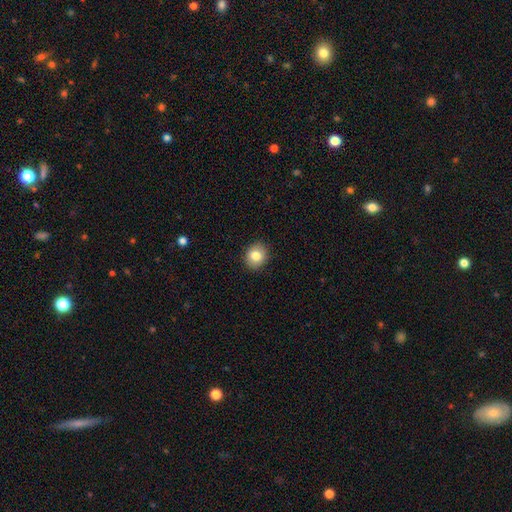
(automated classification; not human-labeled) smooth_or_featured: smooth (p=0.82) [alt: star or artifact p=0.09]
how_rounded: round (p=0.73) [alt: in between p=0.26]
merging: none (p=0.90) [alt: minor disturbance p=0.07]